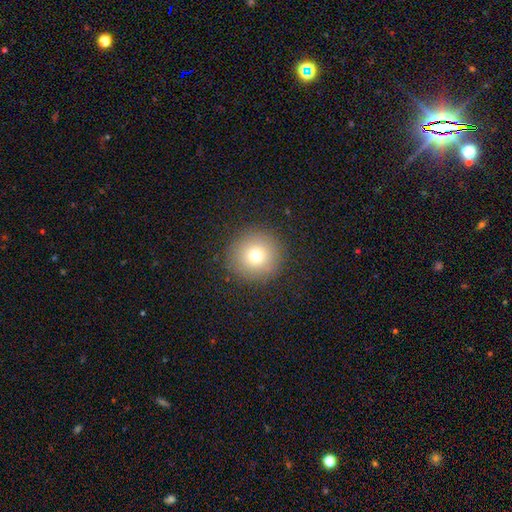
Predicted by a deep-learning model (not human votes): Morphology: type=smooth (73%); roundness=round (96%); merging=none (90%).